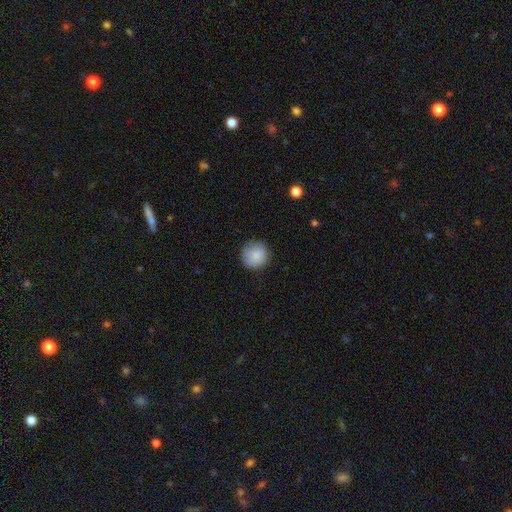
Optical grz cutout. It shows a smooth galaxy with no disk features (100%) that is round (97%). Merging: none (81%).